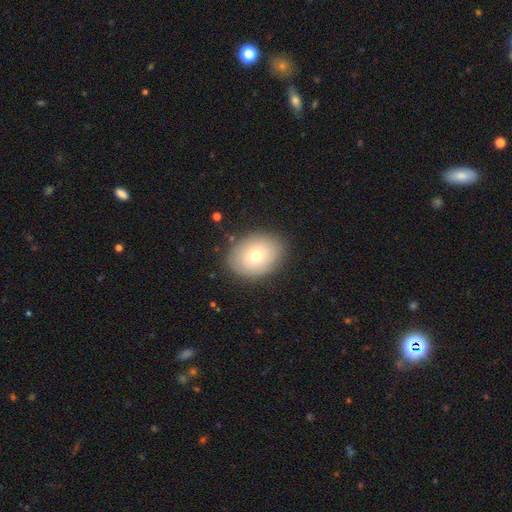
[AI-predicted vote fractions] This is likely a smooth galaxy (71%). How rounded: likely in between (63%). Merging: clearly none (84%).